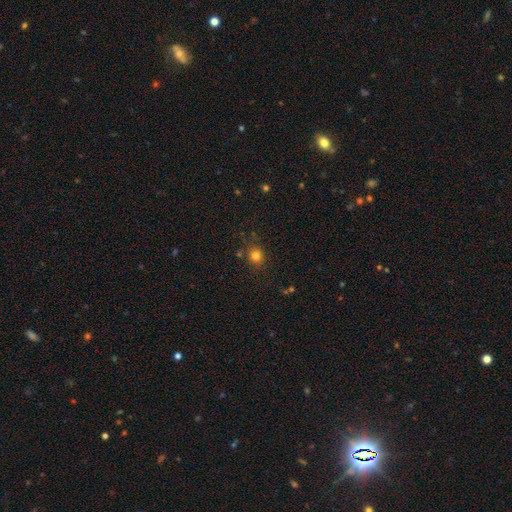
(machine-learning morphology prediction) This is likely a smooth galaxy (79%). How rounded: clearly round (83%). Merging: clearly none (80%).